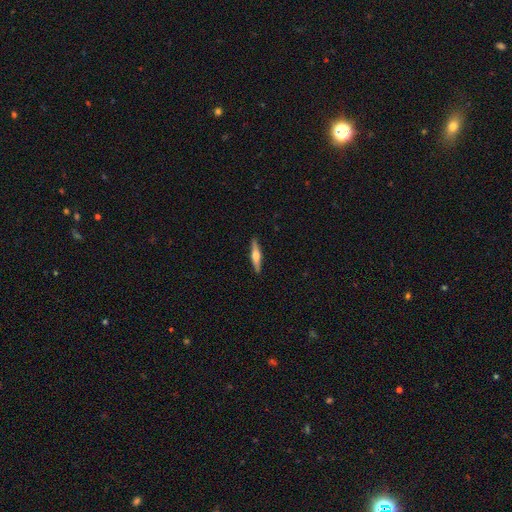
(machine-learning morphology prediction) A featured or disk galaxy (61%) viewed edge-on (97%) with a rounded central bulge (90%).

Vote fractions:
- Smooth or featured? featured or disk: 61% / smooth: 34% / star or artifact: 5%
- Edge-on disk? yes: 97% / no: 3%
- Edge-on bulge? rounded: 90% / boxy: 6% / none: 3%
- Merging? none: 91% / minor disturbance: 7% / major disturbance: 1% / merger: 1%